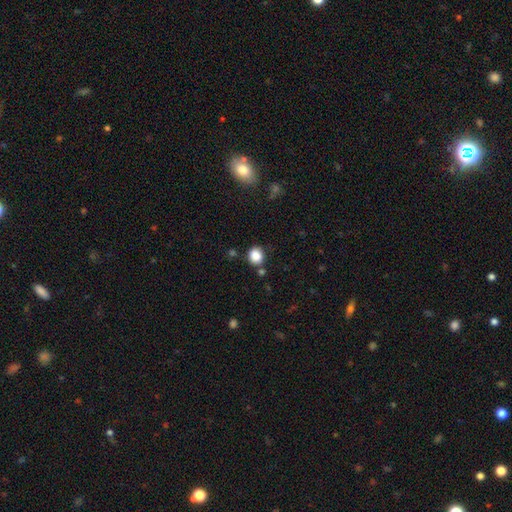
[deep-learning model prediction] The model was most divided on "how rounded": round: 77%, in between: 22%, cigar-shaped: 1%. More confident: smooth or featured — smooth (86%); merging — none (78%).